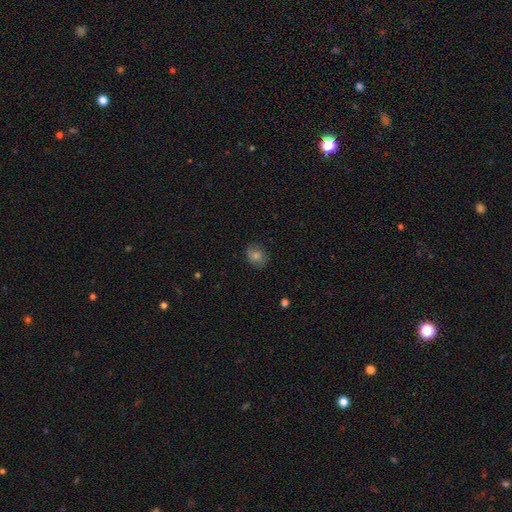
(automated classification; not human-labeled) This is likely a smooth galaxy (67%). How rounded: likely round (65%). Merging: clearly none (83%).